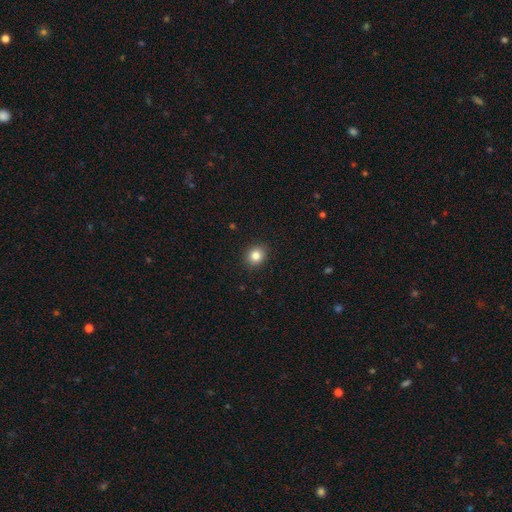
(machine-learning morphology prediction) A smooth galaxy with no disk features (84%) that is round (78%). Merging: none (90%).